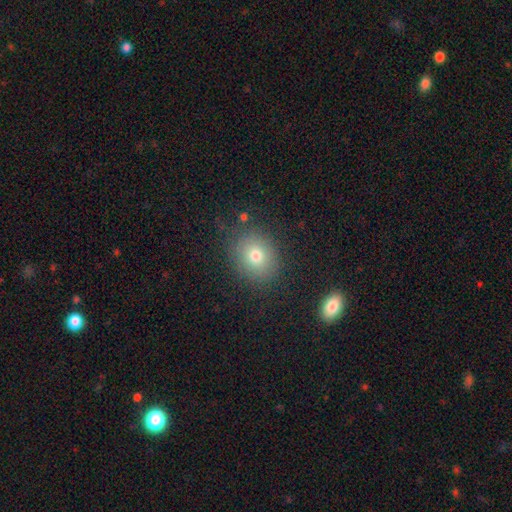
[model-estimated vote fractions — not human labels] Morphology: type=smooth (75%); roundness=round (60%); merging=none (85%).